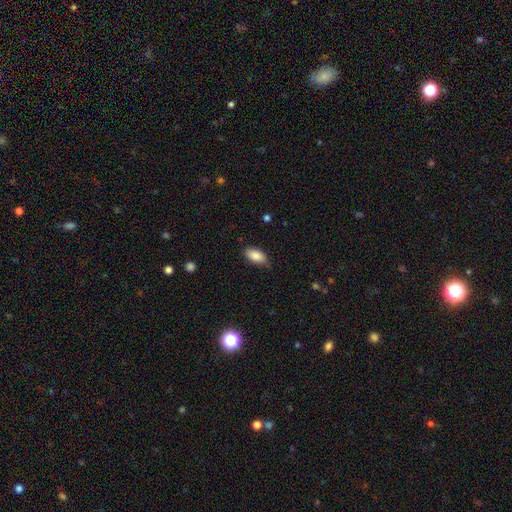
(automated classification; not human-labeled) Overall: smooth (86%). How rounded: in between (92%). Merging: none (78%).